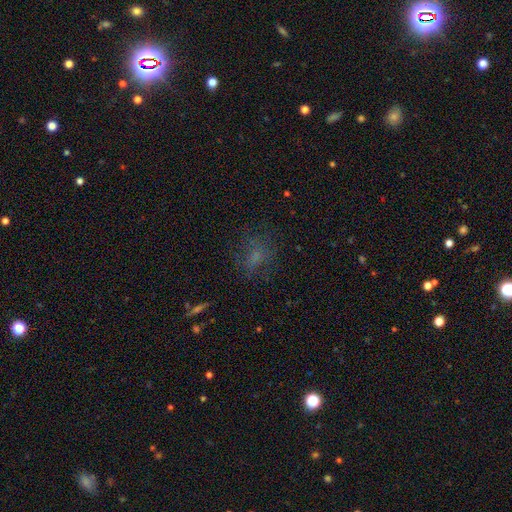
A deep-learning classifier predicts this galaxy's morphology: The model was most divided on "how rounded": round: 55%, in between: 43%, cigar-shaped: 2%. More confident: merging — none (68%); smooth or featured — smooth (56%).